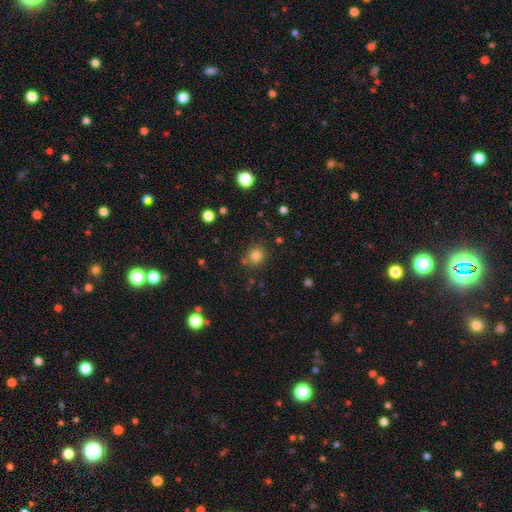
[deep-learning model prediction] A smooth galaxy with no disk features (80%) that is round (84%).

Vote fractions:
- Smooth or featured? smooth: 80% / star or artifact: 14% / featured or disk: 6%
- How rounded? round: 84% / in between: 15% / cigar-shaped: 1%
- Merging? none: 78% / minor disturbance: 11% / merger: 7% / major disturbance: 4%